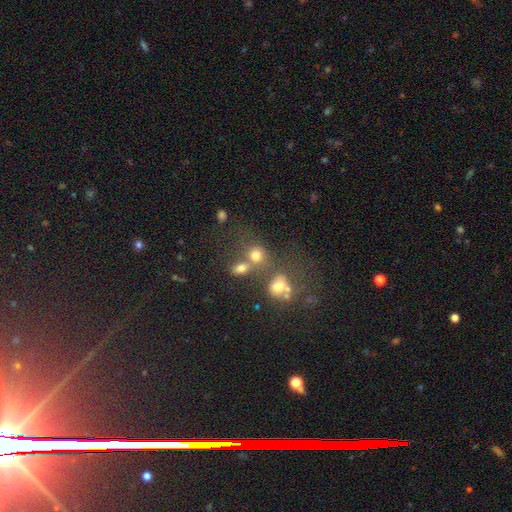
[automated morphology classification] smooth_or_featured: smooth (p=0.71) [alt: star or artifact p=0.17]
how_rounded: round (p=0.65) [alt: in between p=0.33]
merging: none (p=0.44) [alt: merger p=0.37]